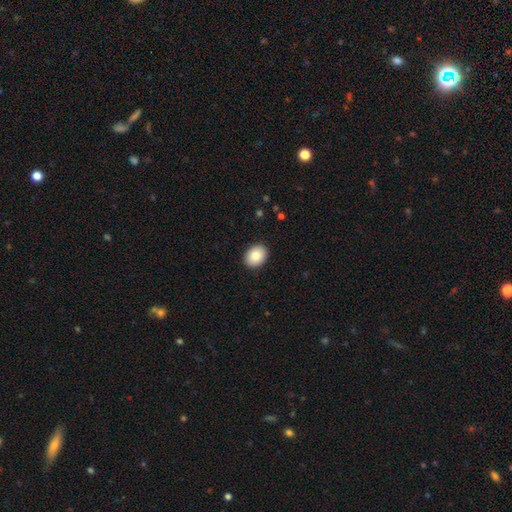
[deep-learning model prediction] This appears to be a smooth galaxy with no disk features (84%) that is in between round and cigar-shaped (64%). Merging: none (91%).